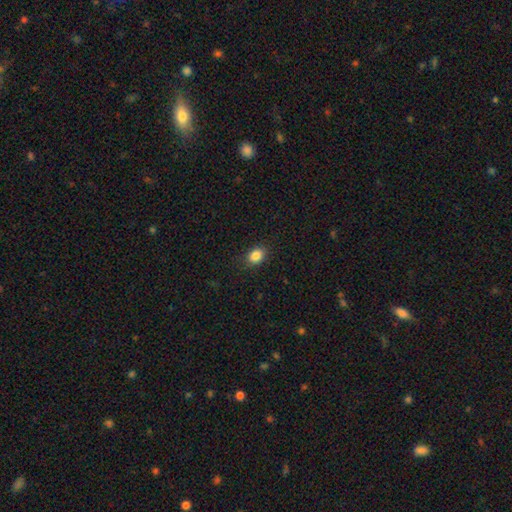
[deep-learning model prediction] A smooth galaxy with no disk features (85%) that is in between round and cigar-shaped (58%). Merging: none (86%).